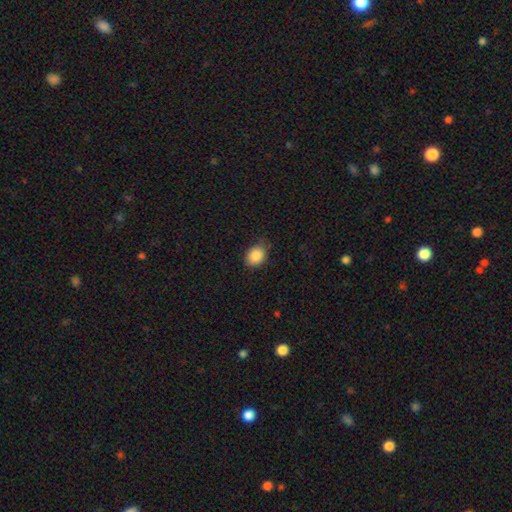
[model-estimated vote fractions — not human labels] Smooth or featured? smooth (88%)
How rounded? in between (62%)
Merging? none (77%)